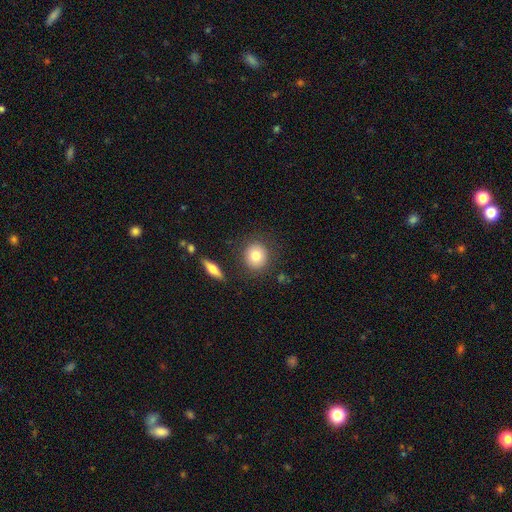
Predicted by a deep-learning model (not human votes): Smooth or featured: smooth — 79% (featured or disk — 13%)
How rounded: round — 85% (in between — 14%)
Merging: none — 85% (minor disturbance — 9%)